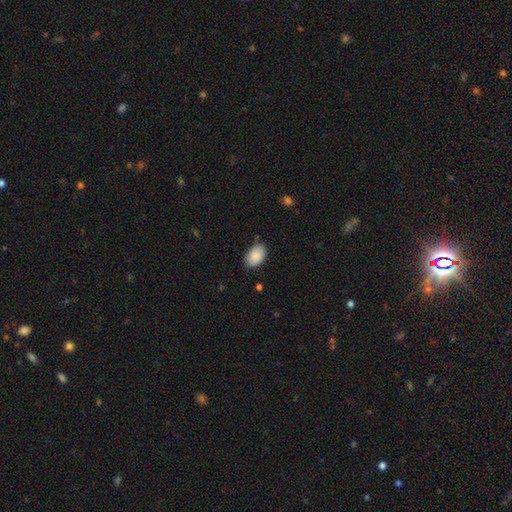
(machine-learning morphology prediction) type=smooth (89%); roundness=in between (91%); merging=none (80%).